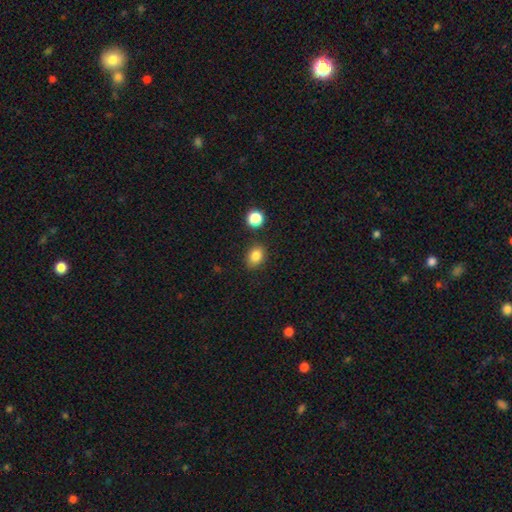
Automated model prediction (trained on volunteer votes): This is clearly a smooth galaxy (84%). How rounded: likely in between (66%). Merging: clearly none (84%).